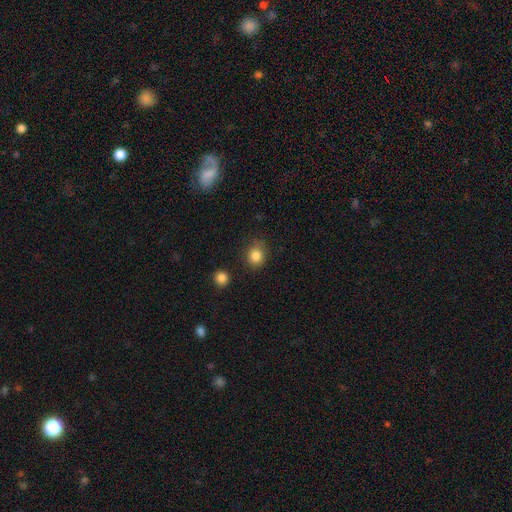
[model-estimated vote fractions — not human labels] The model was most divided on "how rounded": round: 76%, in between: 23%, cigar-shaped: 1%. More confident: smooth or featured — smooth (85%); merging — none (82%).